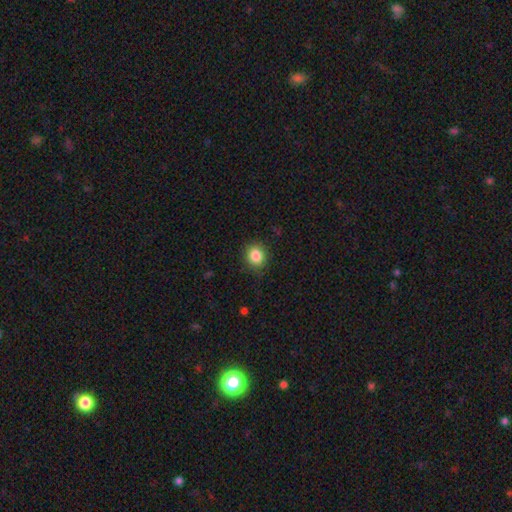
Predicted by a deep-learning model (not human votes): Smooth or featured?
  - smooth: 86% *
  - star or artifact: 10%
  - featured or disk: 5%
How rounded?
  - round: 72% *
  - in between: 27%
  - cigar-shaped: 1%
Merging?
  - none: 86% *
  - minor disturbance: 10%
  - major disturbance: 3%
  - merger: 1%